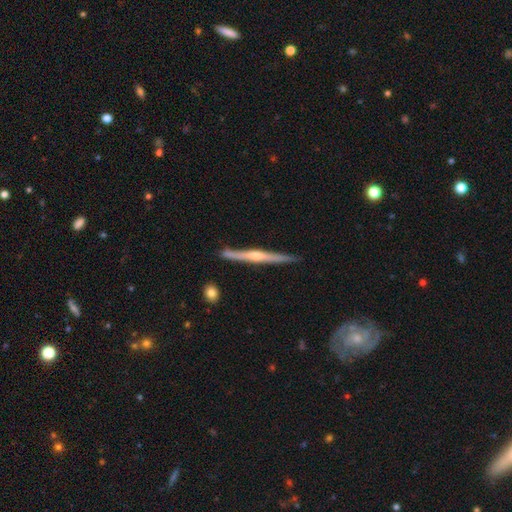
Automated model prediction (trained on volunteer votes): This is likely a featured or disk galaxy (76%). It is clearly viewed edge-on (98%). Edge-on bulge: likely rounded (75%). Merging: clearly none (87%).